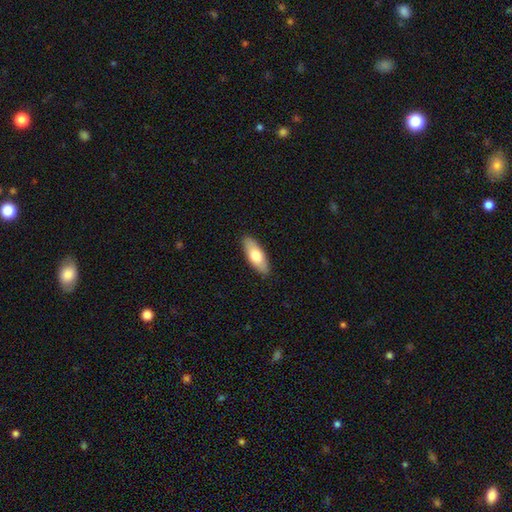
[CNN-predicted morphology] The model was most divided on "how rounded": in between: 71%, cigar-shaped: 27%, round: 2%. More confident: merging — none (89%); smooth or featured — smooth (72%).